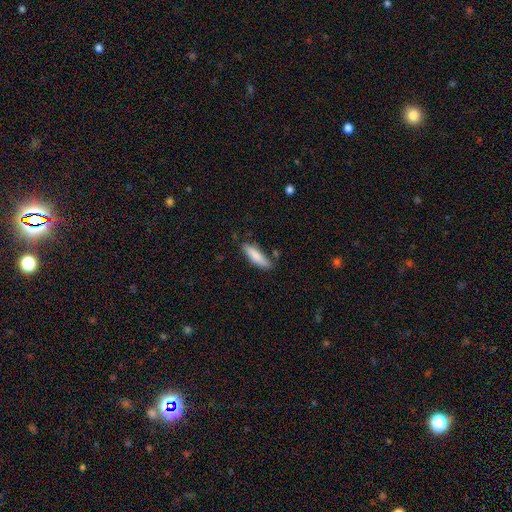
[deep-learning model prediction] This is clearly a smooth galaxy (84%). How rounded: likely cigar-shaped (66%). Merging: likely none (76%).